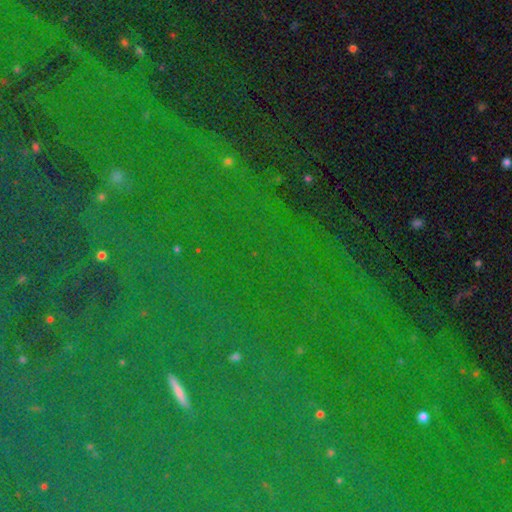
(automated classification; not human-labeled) A star or artifact, not a galaxy (86%).